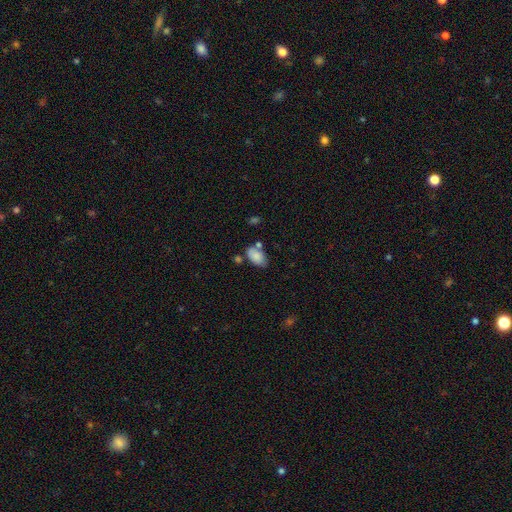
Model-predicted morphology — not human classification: A smooth galaxy with no disk features (81%) that is in between round and cigar-shaped (92%). Merging: none (54%).